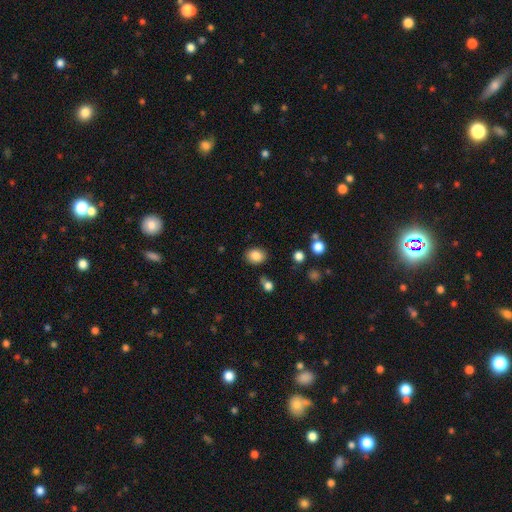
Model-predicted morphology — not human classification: smooth_or_featured: smooth (p=0.85) [alt: star or artifact p=0.10]
how_rounded: in between (p=0.54) [alt: round p=0.45]
merging: none (p=0.82) [alt: minor disturbance p=0.11]